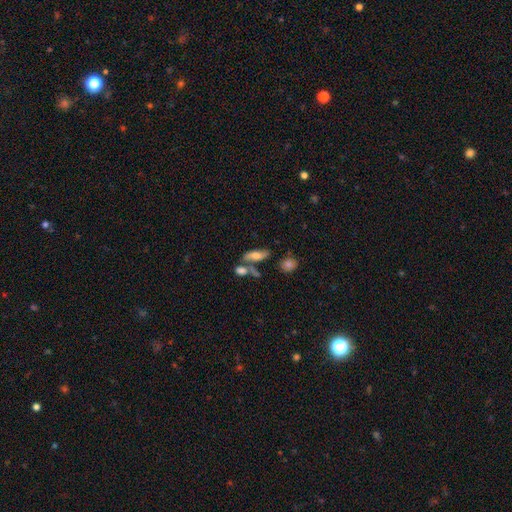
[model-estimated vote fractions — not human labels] Morphology: type=smooth (57%); roundness=in between (59%); merging=none (51%).